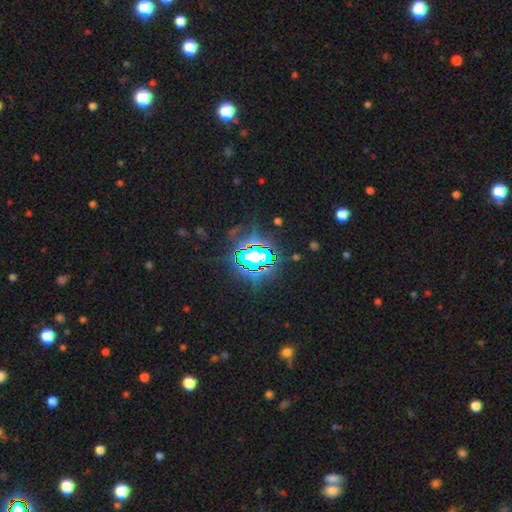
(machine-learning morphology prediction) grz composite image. It shows a star or artifact, not a galaxy (82%).